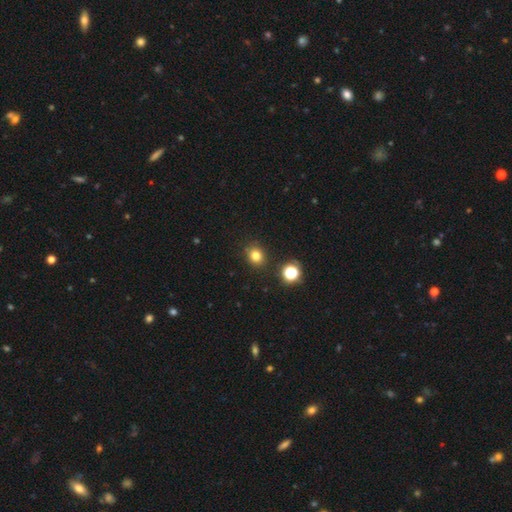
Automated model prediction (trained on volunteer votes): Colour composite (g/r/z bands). It shows a smooth galaxy with no disk features (78%) that is round (67%). Merging: none (86%).